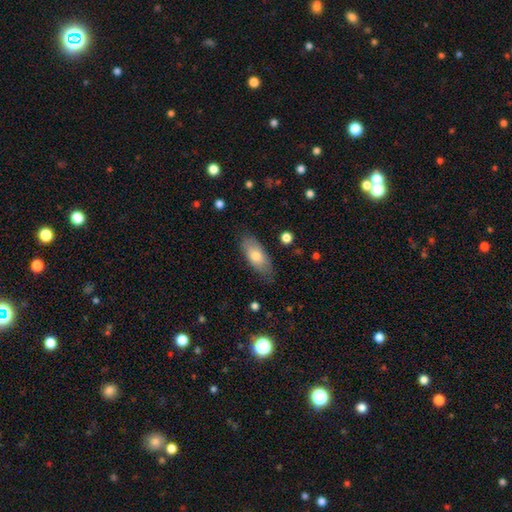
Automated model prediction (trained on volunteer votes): Overall: smooth (73%). How rounded: in between (84%). Merging: none (75%).